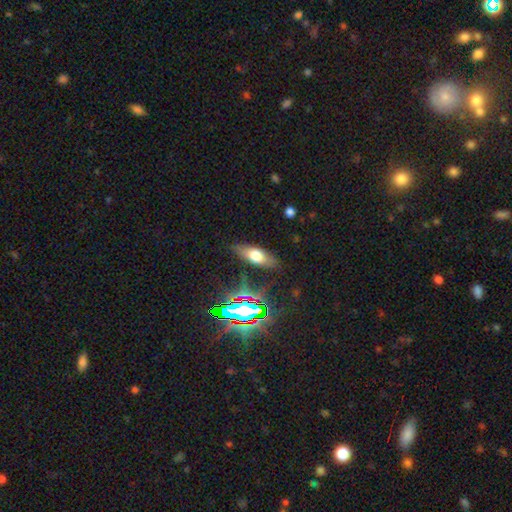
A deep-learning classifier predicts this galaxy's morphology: A smooth galaxy with no disk features (62%) that is in between round and cigar-shaped (71%). Merging: none (80%).